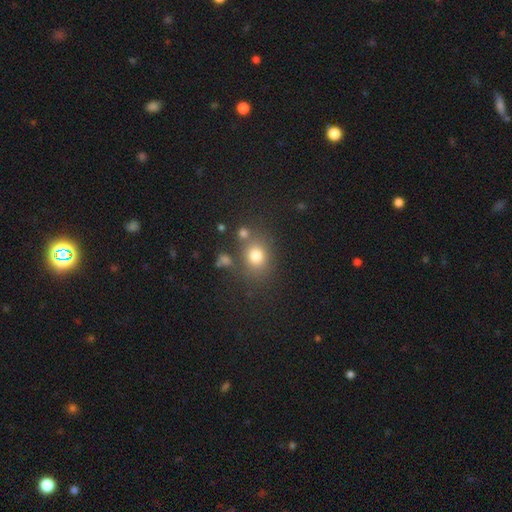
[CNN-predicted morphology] This appears to be a smooth galaxy with no disk features (76%) that is round (62%). Merging: none (71%).